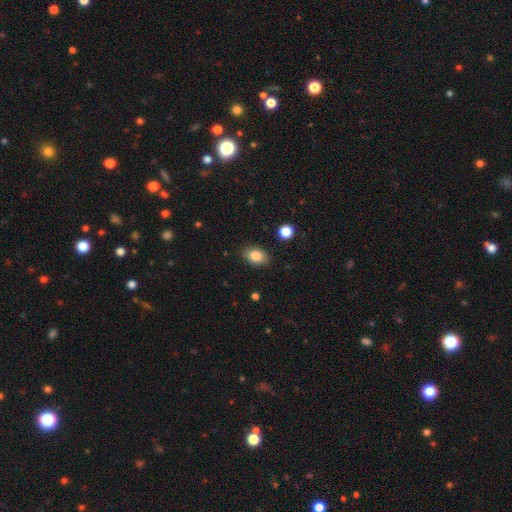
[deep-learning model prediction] Smooth or featured: smooth — 83% (star or artifact — 9%)
How rounded: in between — 80% (round — 19%)
Merging: none — 86% (minor disturbance — 10%)